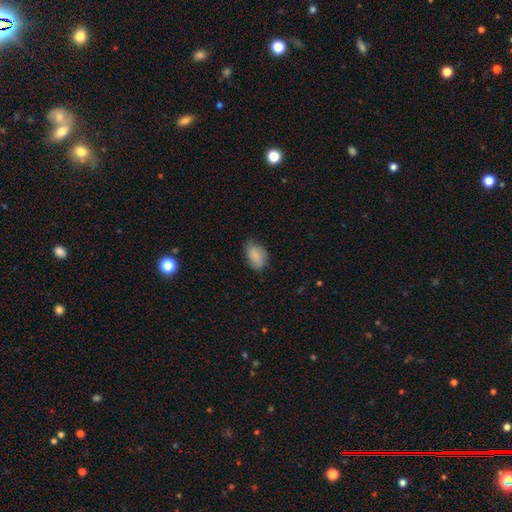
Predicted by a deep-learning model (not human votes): Smooth or featured? smooth (83%)
How rounded? in between (87%)
Merging? none (64%)